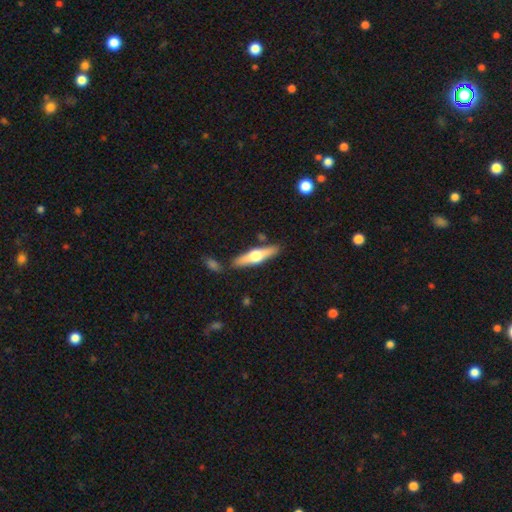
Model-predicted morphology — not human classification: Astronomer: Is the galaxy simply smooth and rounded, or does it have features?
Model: featured or disk — 58% (runner-up: smooth, 37%).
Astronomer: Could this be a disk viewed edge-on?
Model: yes — 94%.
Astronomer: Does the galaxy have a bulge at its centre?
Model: rounded — 94%.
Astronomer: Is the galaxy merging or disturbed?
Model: none — 83%.